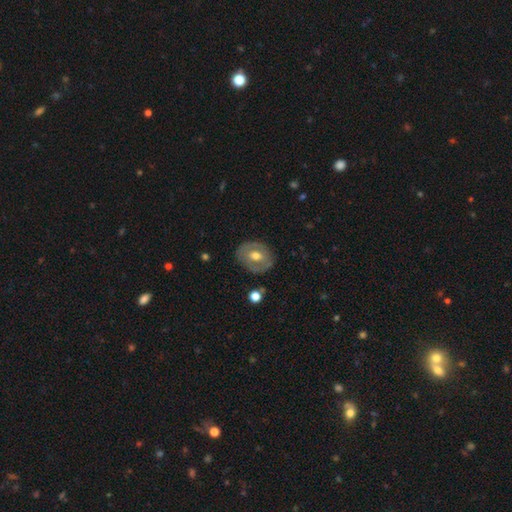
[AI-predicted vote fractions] Smooth or featured? Predicted: featured or disk (p=0.49). Merging? Predicted: none (p=0.80).